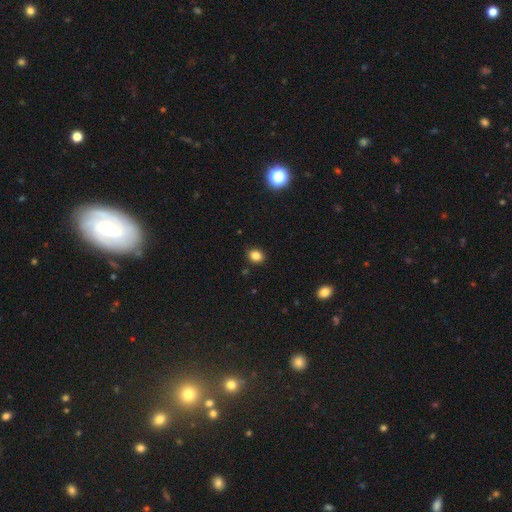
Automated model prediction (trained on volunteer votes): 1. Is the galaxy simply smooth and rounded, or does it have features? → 83% smooth, 12% star or artifact, 5% featured or disk.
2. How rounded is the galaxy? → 64% round, 35% in between, 1% cigar-shaped.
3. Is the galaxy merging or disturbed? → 88% none, 9% minor disturbance, 2% major disturbance, 1% merger.